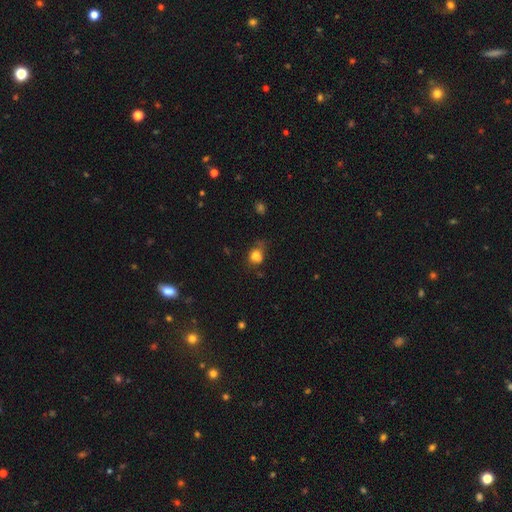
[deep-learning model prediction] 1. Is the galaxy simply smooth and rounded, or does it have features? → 78% smooth, 12% star or artifact, 11% featured or disk.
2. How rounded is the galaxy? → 54% round, 44% in between, 1% cigar-shaped.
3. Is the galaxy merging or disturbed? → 44% none, 32% minor disturbance, 17% major disturbance, 6% merger.